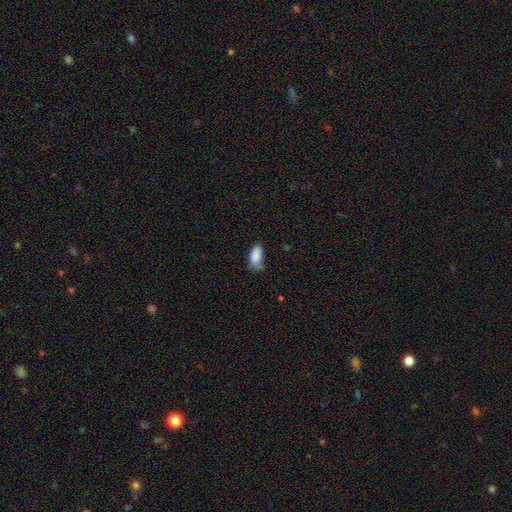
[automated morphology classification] Q: Smooth or featured?
A: smooth (86%); runner-up: star or artifact (8%)
Q: How rounded?
A: in between (91%); runner-up: cigar-shaped (6%)
Q: Merging?
A: none (50%); runner-up: minor disturbance (37%)